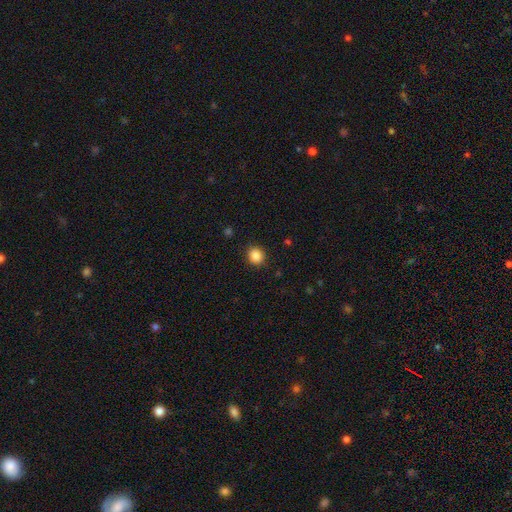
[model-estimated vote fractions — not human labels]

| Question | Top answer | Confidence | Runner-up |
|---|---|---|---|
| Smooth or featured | smooth | 87% | star or artifact (10%) |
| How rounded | round | 85% | in between (14%) |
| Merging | none | 89% | minor disturbance (7%) |